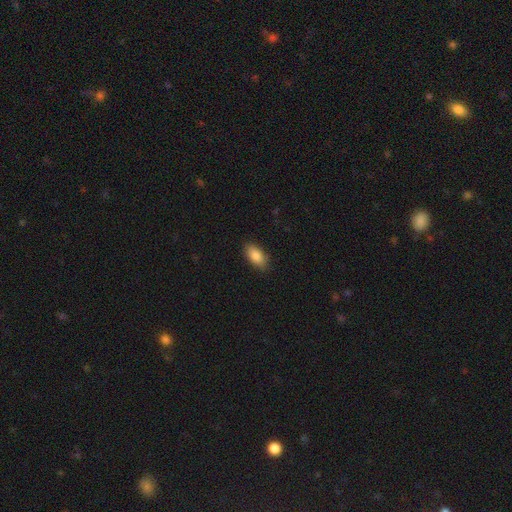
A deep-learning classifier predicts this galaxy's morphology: Smooth or featured? smooth (86%)
How rounded? in between (91%)
Merging? none (87%)